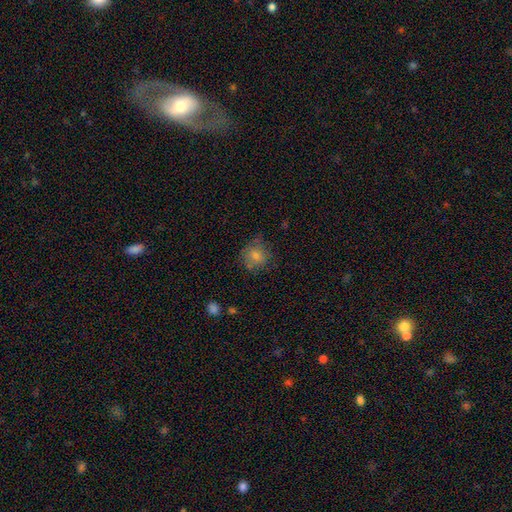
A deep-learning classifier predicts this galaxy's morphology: Overall: smooth (77%). How rounded: round (82%). Merging: none (63%; minor disturbance 25%).